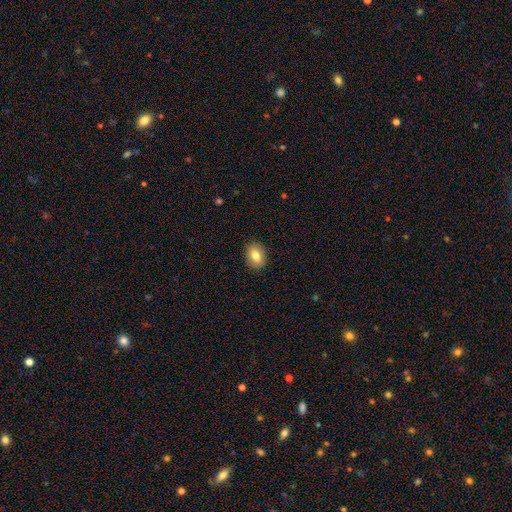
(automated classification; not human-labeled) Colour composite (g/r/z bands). It shows a smooth galaxy with no disk features (80%) that is in between round and cigar-shaped (66%). Merging: none (89%).